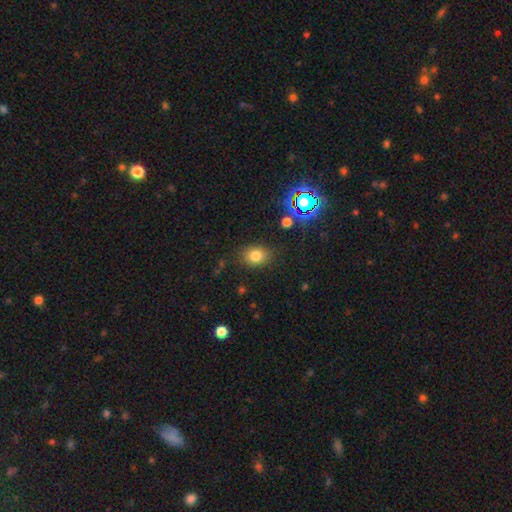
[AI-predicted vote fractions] smooth-or-featured: smooth: 78% | star or artifact: 15% | featured or disk: 8%
  how-rounded: in between: 58% | round: 41% | cigar-shaped: 1%
  merging: none: 83% | minor disturbance: 11% | major disturbance: 3% | merger: 2%